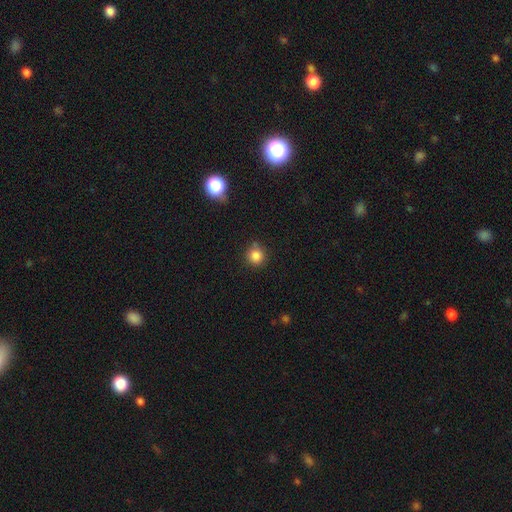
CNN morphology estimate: smooth_or_featured: smooth (p=0.84) [alt: star or artifact p=0.12]
how_rounded: round (p=0.93) [alt: in between p=0.06]
merging: none (p=0.80) [alt: minor disturbance p=0.13]